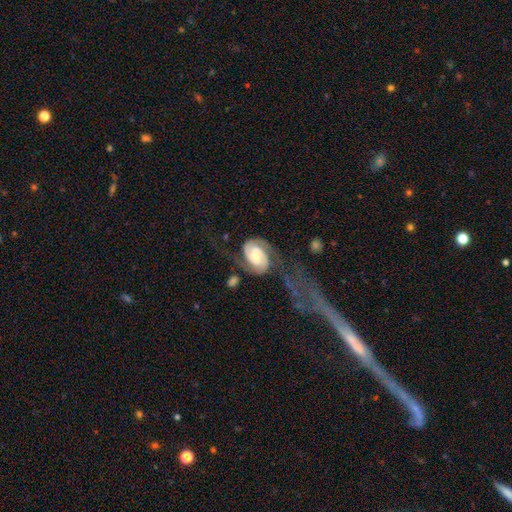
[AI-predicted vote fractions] smooth_or_featured: featured or disk (p=0.86) [alt: smooth p=0.09]
disk_edge_on: no (p=0.98) [alt: yes p=0.02]
bar: no (p=0.48) [alt: weak p=0.37]
has_spiral_arms: yes (p=0.97) [alt: no p=0.03]
spiral_winding: tight (p=0.43) [alt: medium p=0.40]
spiral_arm_count: 2 (p=0.90) [alt: can't tell p=0.04]
bulge_size: moderate (p=0.51) [alt: small p=0.39]
merging: none (p=0.47) [alt: major disturbance p=0.29]